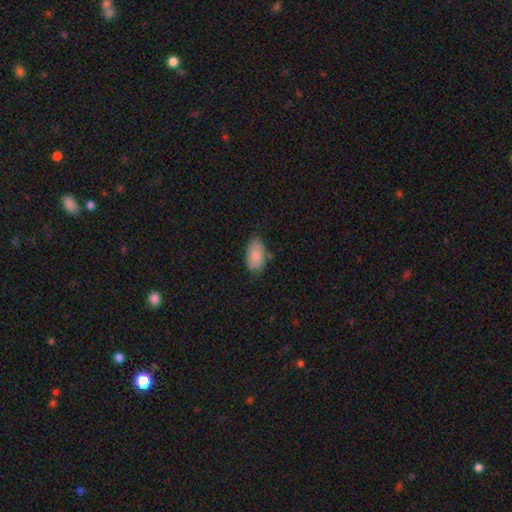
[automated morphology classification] type=smooth (78%); roundness=in between (93%); merging=none (71%).